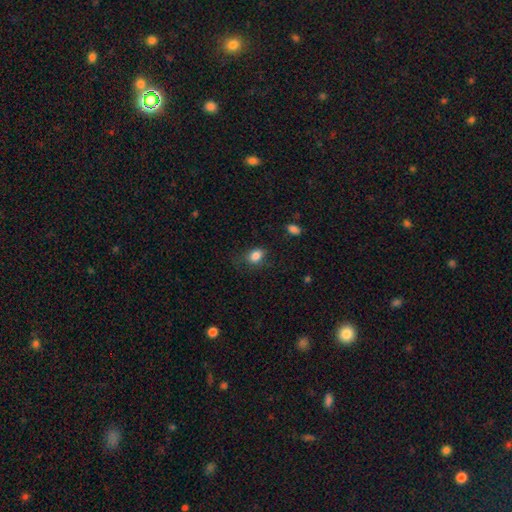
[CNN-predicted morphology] This is clearly a smooth galaxy (84%). How rounded: likely in between (68%). Merging: likely none (67%).